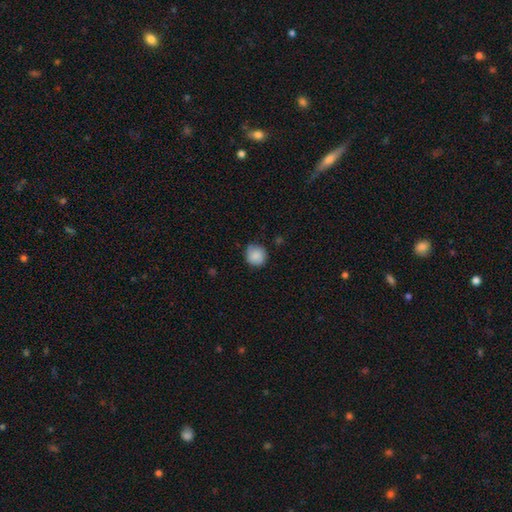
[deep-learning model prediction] This appears to be a smooth galaxy with no disk features (83%) that is round (87%). Merging: none (74%).